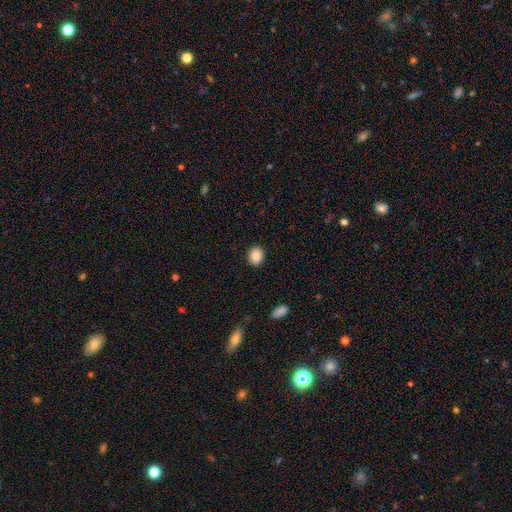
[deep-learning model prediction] Smooth or featured? Predicted: smooth (p=0.86). How rounded? Predicted: round (p=0.65). Merging? Predicted: none (p=0.91).